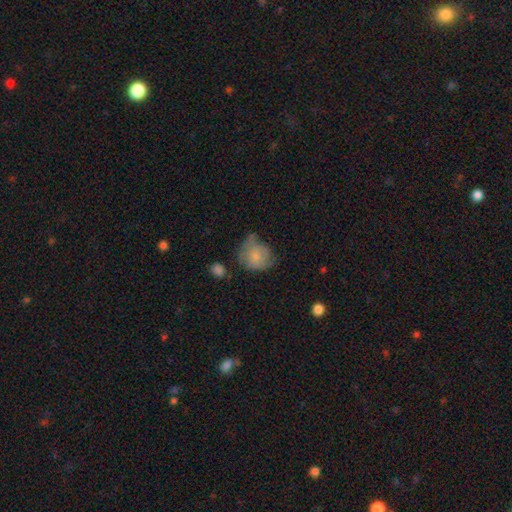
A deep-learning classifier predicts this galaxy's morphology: smooth 73%, featured or disk 20%, star or artifact 7%. Down the decision tree: how rounded — round (72%); merging — none (39%).